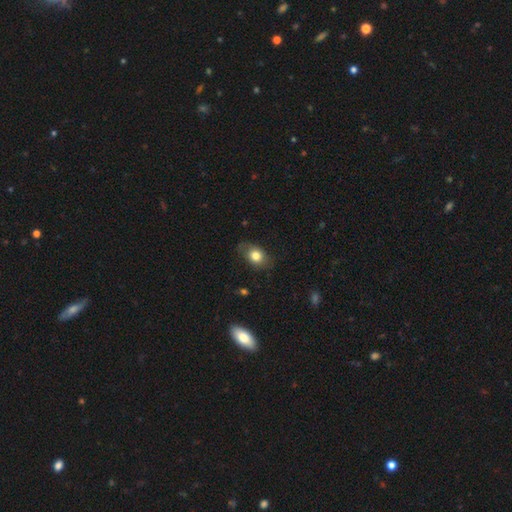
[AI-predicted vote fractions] smooth-or-featured: smooth: 78% | featured or disk: 13% | star or artifact: 9%
  how-rounded: in between: 67% | round: 31% | cigar-shaped: 2%
  merging: none: 70% | minor disturbance: 22% | major disturbance: 6% | merger: 1%